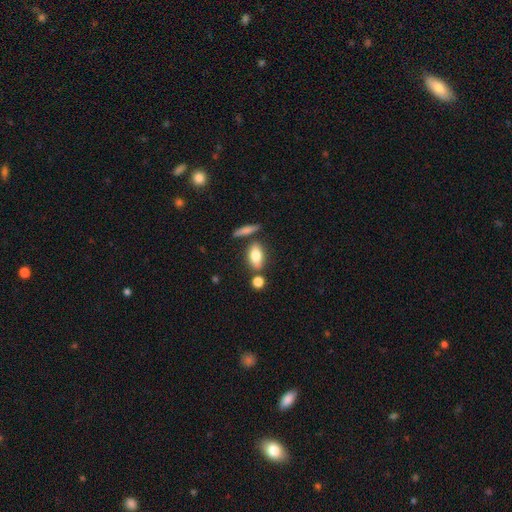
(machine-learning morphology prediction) Q: Smooth or featured?
A: smooth (73%); runner-up: featured or disk (19%)
Q: How rounded?
A: in between (81%); runner-up: cigar-shaped (10%)
Q: Merging?
A: none (69%); runner-up: merger (14%)